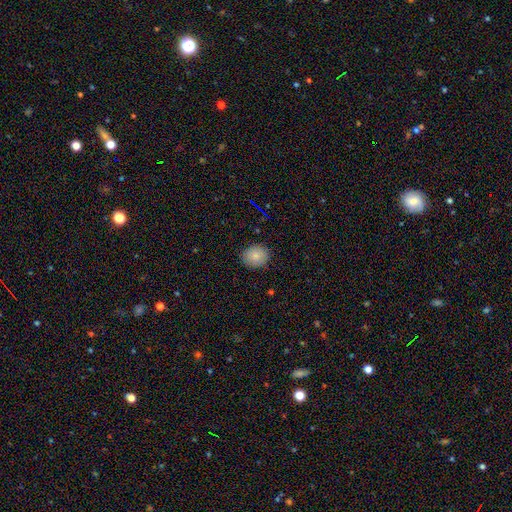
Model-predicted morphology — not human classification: smooth 84%, star or artifact 9%, featured or disk 7%. Down the decision tree: how rounded — round (60%); merging — none (87%).